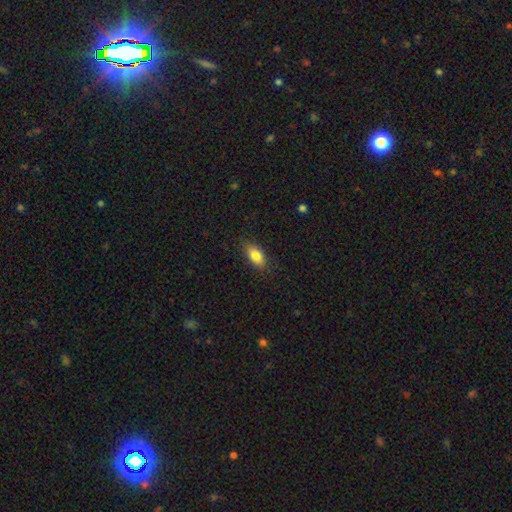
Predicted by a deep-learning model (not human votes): A smooth galaxy with no disk features (83%) that is in between round and cigar-shaped (88%).

Vote fractions:
- Smooth or featured? smooth: 83% / featured or disk: 9% / star or artifact: 7%
- How rounded? in between: 88% / cigar-shaped: 7% / round: 5%
- Merging? none: 85% / minor disturbance: 11% / major disturbance: 3% / merger: 1%